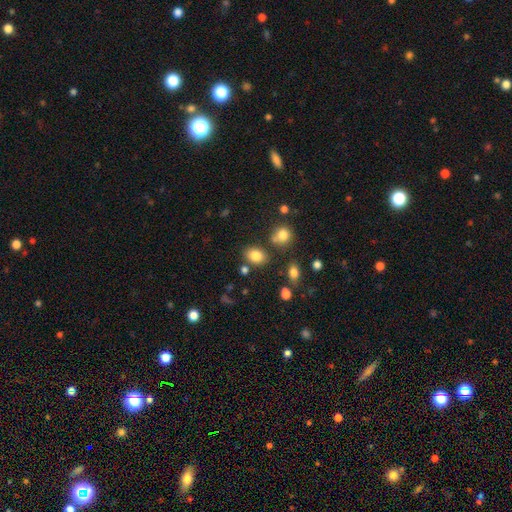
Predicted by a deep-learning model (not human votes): Morphology: type=smooth (82%); roundness=in between (71%); merging=none (75%).